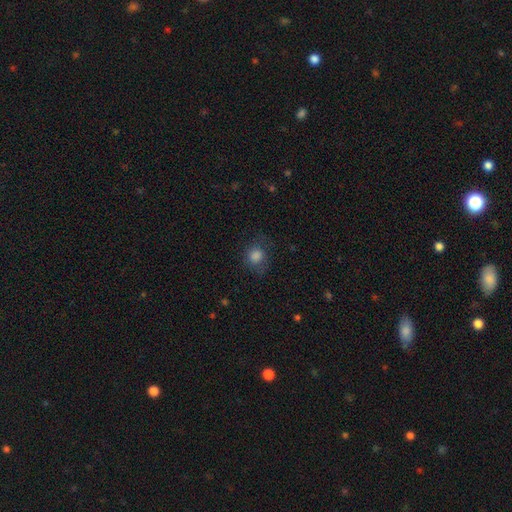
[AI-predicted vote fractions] Morphology: type=smooth (80%); roundness=round (75%); merging=none (67%).